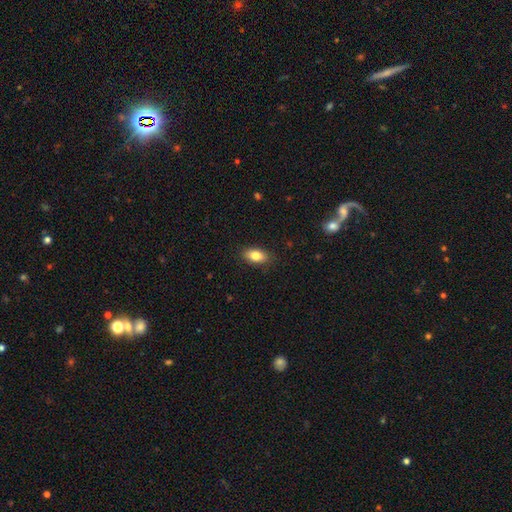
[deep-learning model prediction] This is clearly a smooth galaxy (82%). How rounded: clearly in between (89%). Merging: clearly none (87%).